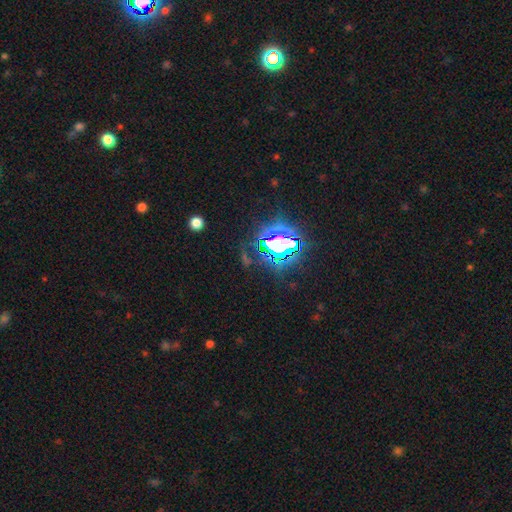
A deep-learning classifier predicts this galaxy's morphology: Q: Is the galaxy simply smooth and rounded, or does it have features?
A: star or artifact — 83%.